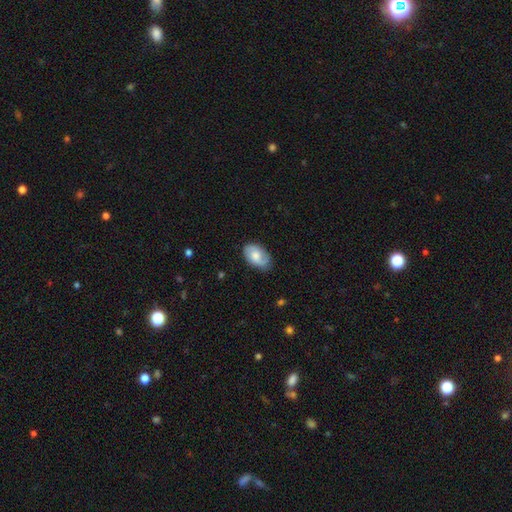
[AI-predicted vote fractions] A smooth galaxy with no disk features (52%) that is in between round and cigar-shaped (91%).

Vote fractions:
- Smooth or featured? smooth: 52% / featured or disk: 41% / star or artifact: 7%
- How rounded? in between: 91% / round: 8% / cigar-shaped: 1%
- Merging? none: 77% / minor disturbance: 18% / major disturbance: 4% / merger: 1%